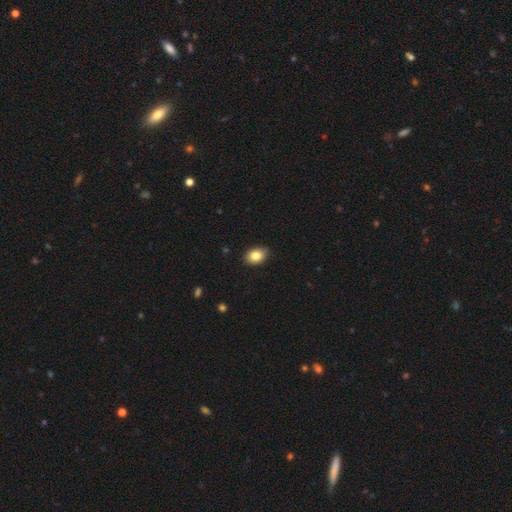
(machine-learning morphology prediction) The model was most divided on "how rounded": in between: 79%, round: 20%, cigar-shaped: 1%. More confident: merging — none (86%); smooth or featured — smooth (85%).